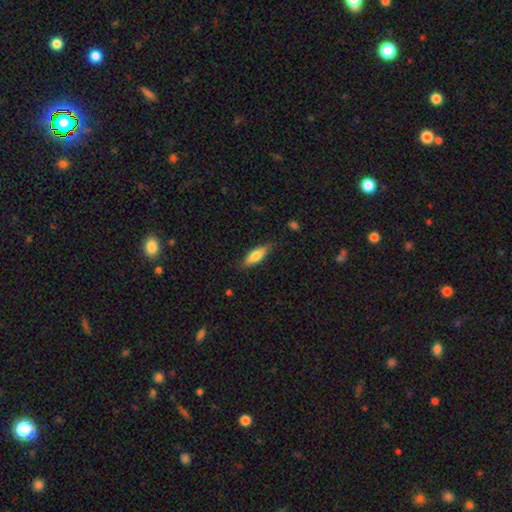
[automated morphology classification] The model was most divided on "how rounded": in between: 50%, cigar-shaped: 48%, round: 2%. More confident: merging — none (80%); smooth or featured — smooth (72%).